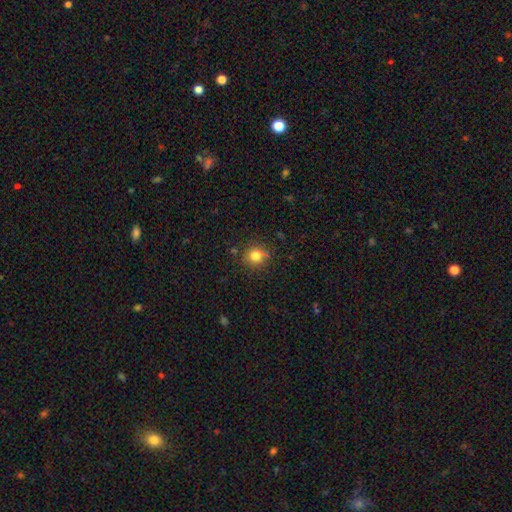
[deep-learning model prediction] Overall: smooth (81%). How rounded: round (82%). Merging: none (83%).